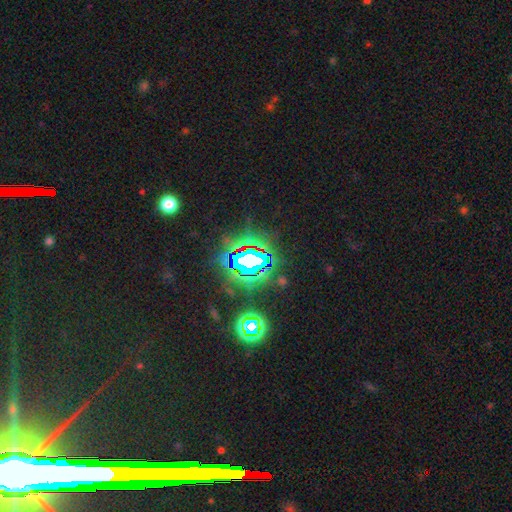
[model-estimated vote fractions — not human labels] smooth_or_featured: star or artifact (p=0.79) [alt: smooth p=0.12]